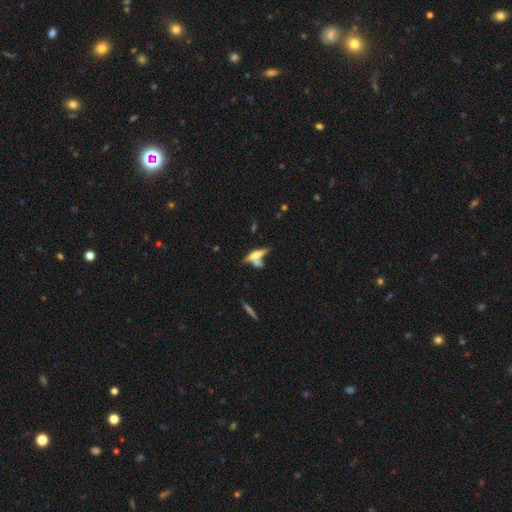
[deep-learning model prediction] smooth-or-featured: featured or disk: 48% | smooth: 41% | star or artifact: 10%
  merging: none: 42% | merger: 36% | minor disturbance: 13% | major disturbance: 9%